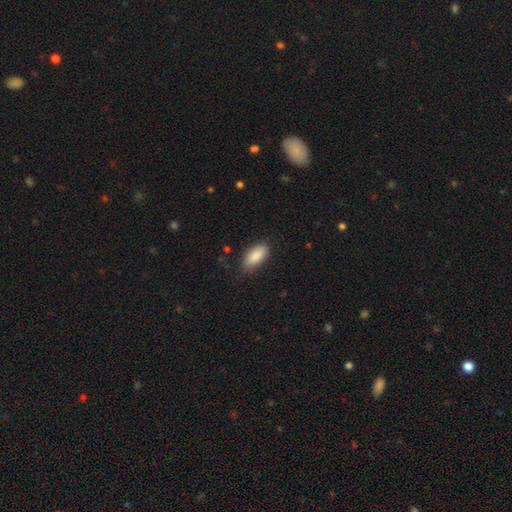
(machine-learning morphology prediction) smooth-or-featured: smooth: 88% | star or artifact: 6% | featured or disk: 6%
  how-rounded: in between: 90% | cigar-shaped: 8% | round: 2%
  merging: none: 78% | minor disturbance: 18% | major disturbance: 3% | merger: 1%